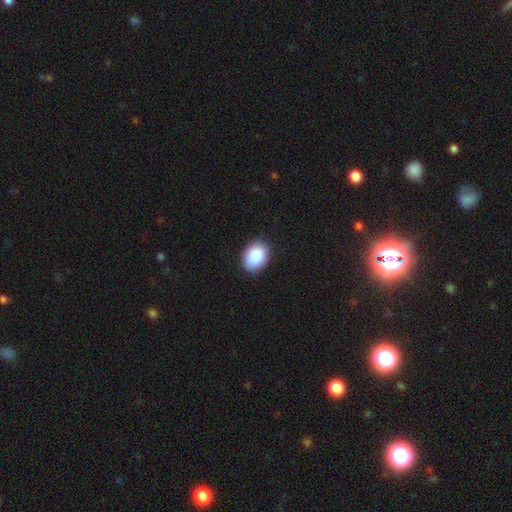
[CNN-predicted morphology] type=smooth (88%); roundness=in between (73%); merging=none (86%).